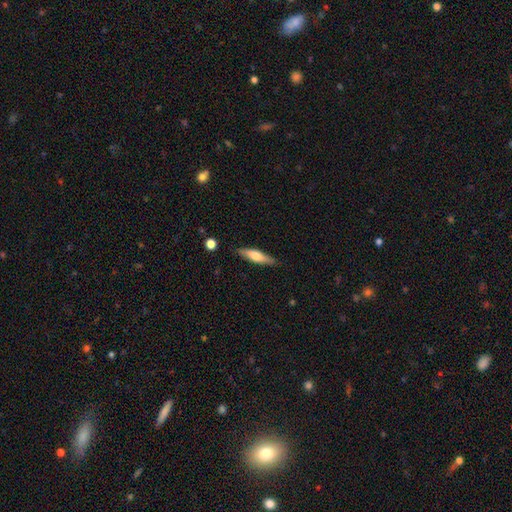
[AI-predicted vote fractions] This appears to be a smooth galaxy with no disk features (59%) that is cigar-shaped (71%). Merging: none (84%).